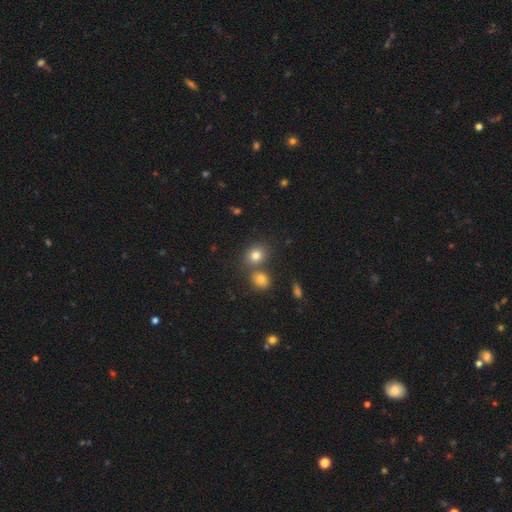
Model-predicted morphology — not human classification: The model was most divided on "how rounded": round: 64%, in between: 34%, cigar-shaped: 1%. More confident: smooth or featured — smooth (79%); merging — none (60%).